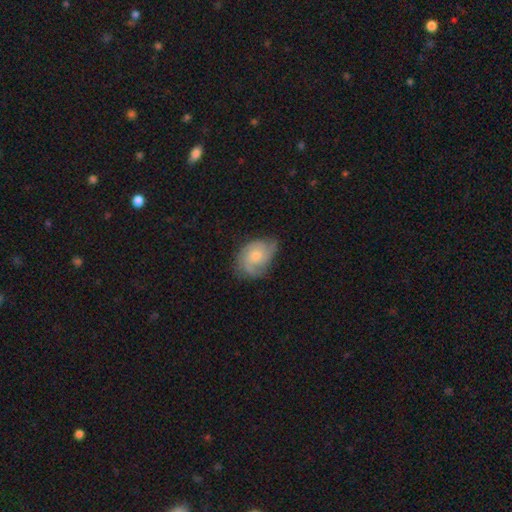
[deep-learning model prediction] Smooth or featured?
  - featured or disk: 70% *
  - smooth: 24%
  - star or artifact: 6%
Edge-on disk?
  - no: 97% *
  - yes: 3%
Bar?
  - no: 75% *
  - weak: 22%
  - strong: 2%
Spiral arms?
  - yes: 93% *
  - no: 7%
Spiral winding?
  - tight: 44% *
  - medium: 42%
  - loose: 14%
Spiral arm count?
  - 3: 37% *
  - 2: 29%
  - can't tell: 20%
  - 4: 6%
  - 1: 5%
  - more than 4: 3%
Bulge size?
  - small: 48% *
  - moderate: 44%
  - none: 4%
  - large: 3%
  - dominant: 1%
Merging?
  - none: 63% *
  - minor disturbance: 26%
  - major disturbance: 9%
  - merger: 1%